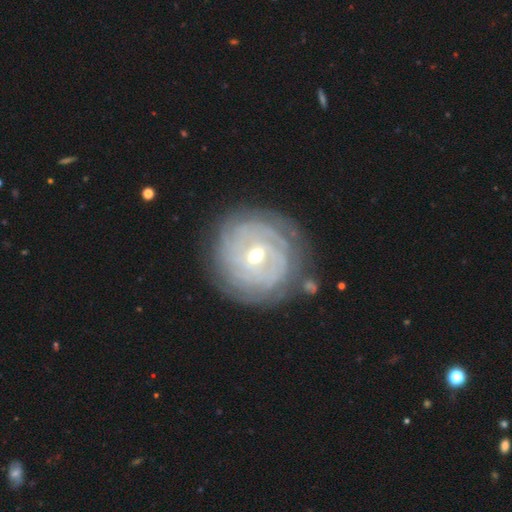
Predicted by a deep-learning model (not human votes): Smooth or featured?
  - featured or disk: 83% *
  - smooth: 11%
  - star or artifact: 6%
Edge-on disk?
  - no: 97% *
  - yes: 3%
Bar?
  - weak: 47% *
  - no: 37%
  - strong: 15%
Spiral arms?
  - yes: 92% *
  - no: 8%
Spiral winding?
  - tight: 85% *
  - medium: 11%
  - loose: 3%
Spiral arm count?
  - can't tell: 42% *
  - 4: 15%
  - 3: 14%
  - 2: 12%
  - more than 4: 11%
  - 1: 6%
Bulge size?
  - moderate: 59% *
  - small: 37%
  - large: 2%
  - dominant: 1%
  - none: 1%
Merging?
  - none: 79% *
  - minor disturbance: 14%
  - major disturbance: 5%
  - merger: 2%